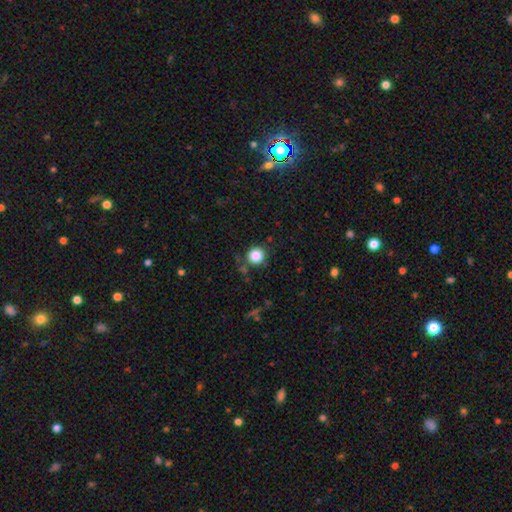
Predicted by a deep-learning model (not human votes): Q: Smooth or featured?
A: smooth (85%); runner-up: star or artifact (11%)
Q: How rounded?
A: round (93%); runner-up: in between (6%)
Q: Merging?
A: none (83%); runner-up: minor disturbance (9%)